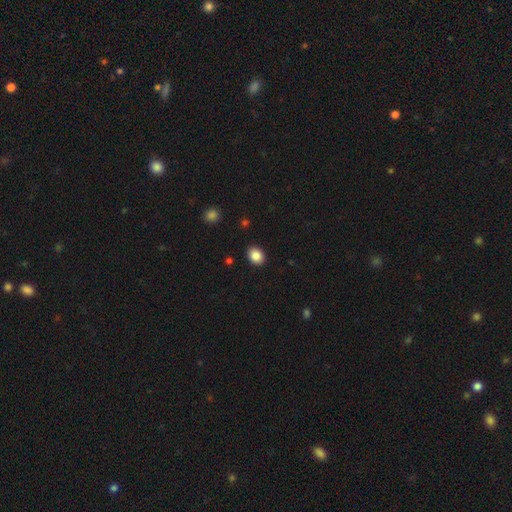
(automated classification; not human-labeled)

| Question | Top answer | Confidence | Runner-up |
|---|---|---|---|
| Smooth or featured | smooth | 87% | star or artifact (9%) |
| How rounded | in between | 60% | round (39%) |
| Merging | none | 90% | minor disturbance (7%) |